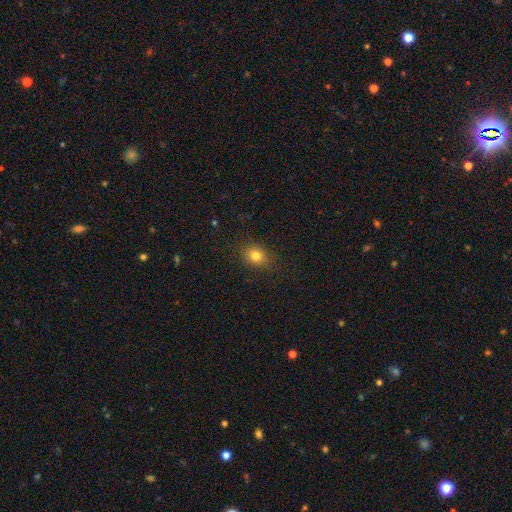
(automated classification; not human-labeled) Smooth or featured: smooth — 81% (star or artifact — 12%)
How rounded: round — 61% (in between — 38%)
Merging: none — 86% (minor disturbance — 10%)